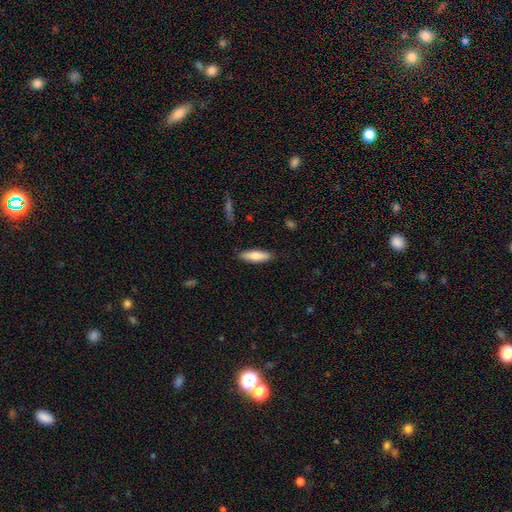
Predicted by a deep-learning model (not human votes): smooth 75%, featured or disk 19%, star or artifact 6%. Down the decision tree: how rounded — cigar-shaped (54%); merging — none (87%).